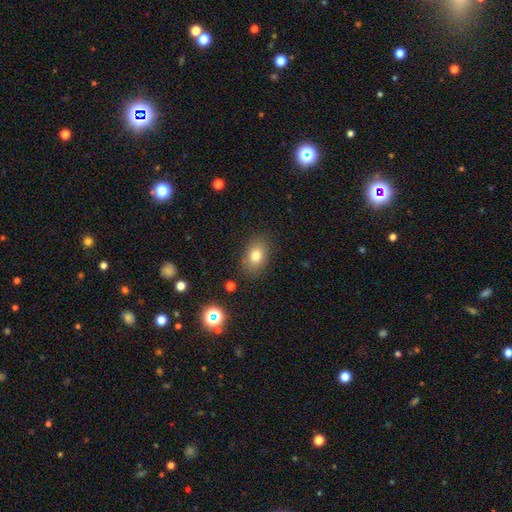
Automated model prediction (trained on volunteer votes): Smooth or featured? Predicted: smooth (p=0.79). How rounded? Predicted: in between (p=0.73). Merging? Predicted: none (p=0.84).